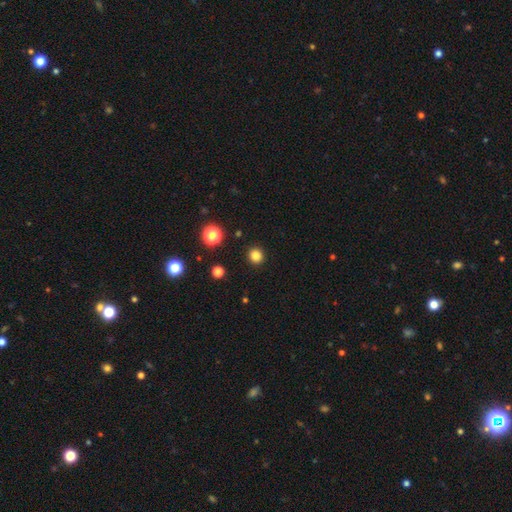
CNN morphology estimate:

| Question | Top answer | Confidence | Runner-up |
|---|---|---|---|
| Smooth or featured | smooth | 84% | star or artifact (13%) |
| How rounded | round | 90% | in between (9%) |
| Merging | none | 92% | minor disturbance (5%) |